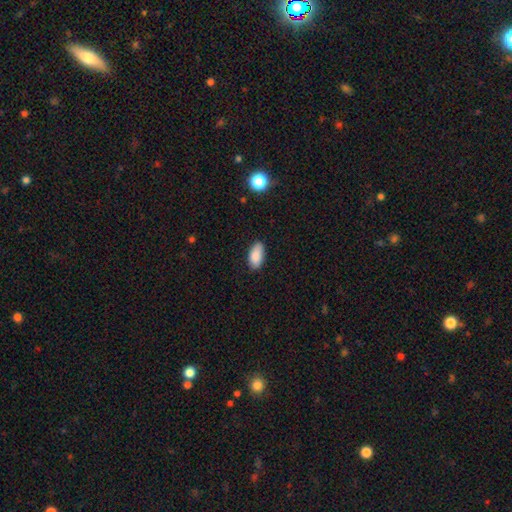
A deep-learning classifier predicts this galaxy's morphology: This is clearly a smooth galaxy (88%). How rounded: clearly in between (92%). Merging: clearly none (82%).